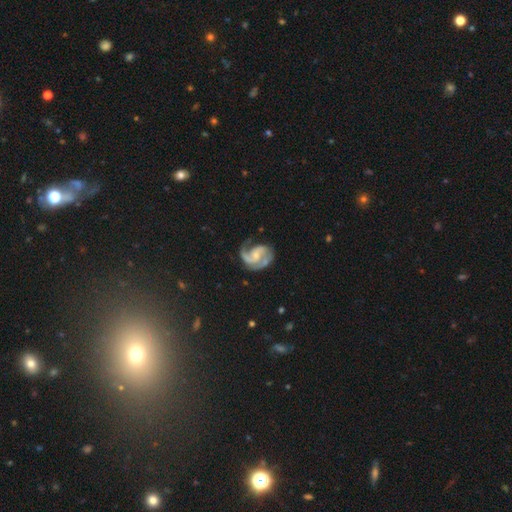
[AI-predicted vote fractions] smooth_or_featured: featured or disk (p=0.90) [alt: smooth p=0.05]
disk_edge_on: no (p=0.98) [alt: yes p=0.02]
bar: no (p=0.50) [alt: weak p=0.40]
has_spiral_arms: yes (p=0.98) [alt: no p=0.02]
spiral_winding: medium (p=0.55) [alt: tight p=0.30]
spiral_arm_count: 2 (p=0.81) [alt: 1 p=0.06]
bulge_size: small (p=0.54) [alt: moderate p=0.32]
merging: none (p=0.62) [alt: minor disturbance p=0.22]